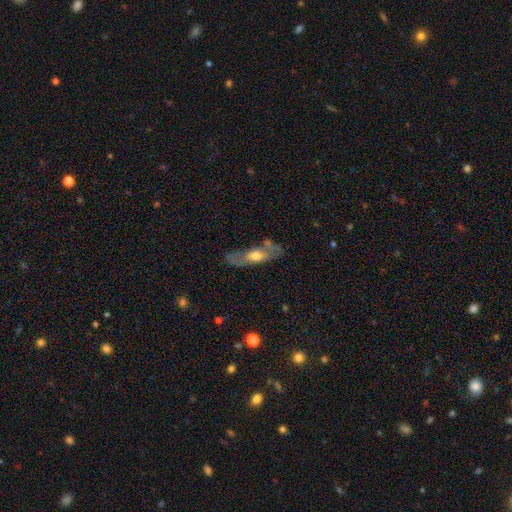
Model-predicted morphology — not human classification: Smooth or featured: featured or disk — 53% (smooth — 41%)
Edge-on disk: no — 64% (yes — 36%)
Merging: none — 61% (minor disturbance — 23%)